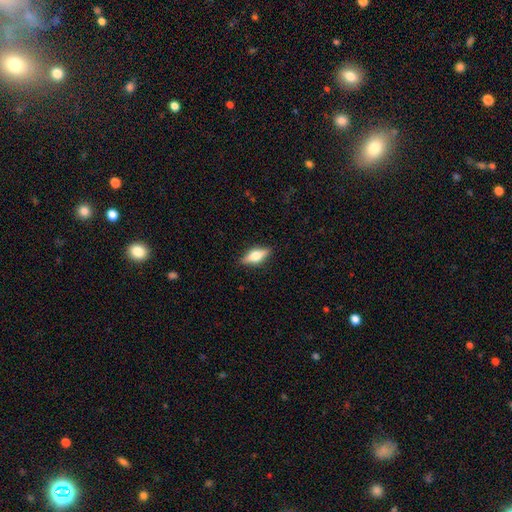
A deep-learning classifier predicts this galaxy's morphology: Smooth or featured? featured or disk (47%)
Merging? none (87%)